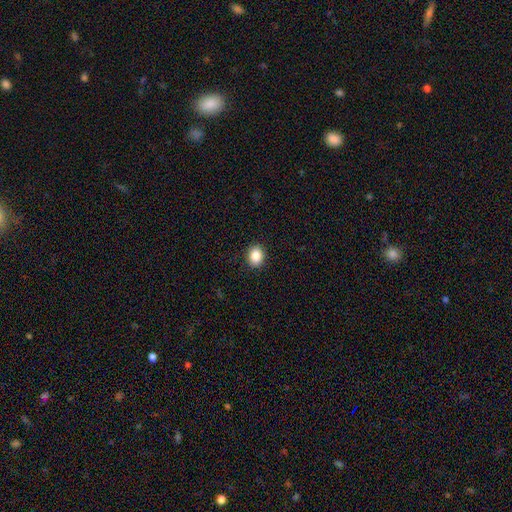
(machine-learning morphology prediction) Smooth or featured? Predicted: smooth (p=0.87). How rounded? Predicted: round (p=0.54). Merging? Predicted: none (p=0.90).